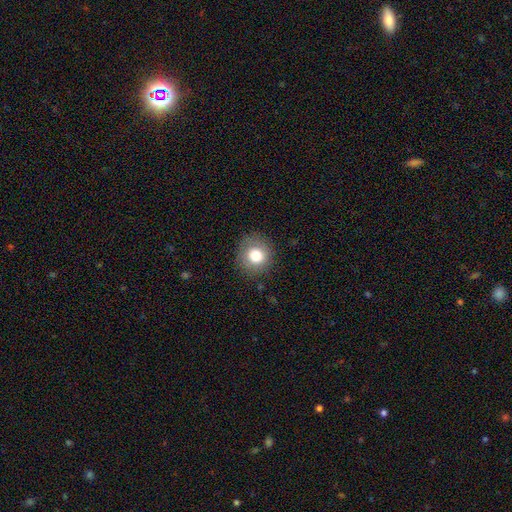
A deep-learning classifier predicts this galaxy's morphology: Q: Smooth or featured?
A: smooth (79%); runner-up: star or artifact (10%)
Q: How rounded?
A: round (90%); runner-up: in between (9%)
Q: Merging?
A: none (85%); runner-up: minor disturbance (10%)